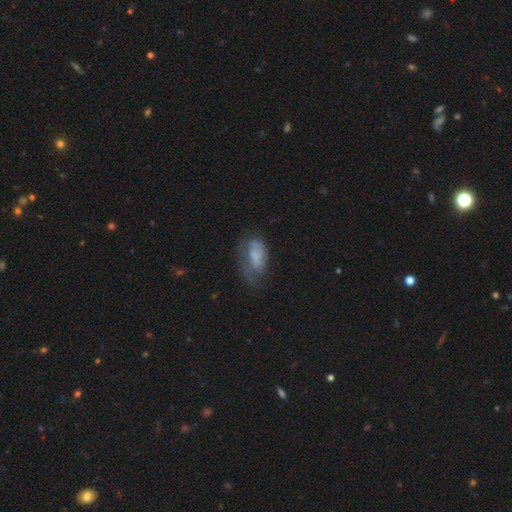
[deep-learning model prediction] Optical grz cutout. It shows a smooth galaxy with no disk features (63%) that is in between round and cigar-shaped (90%). Merging: major disturbance (36%).